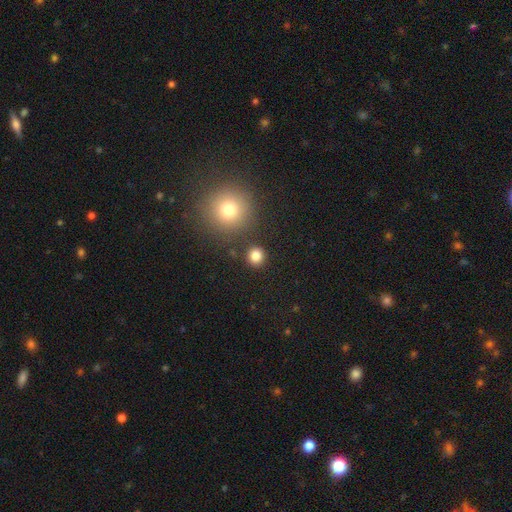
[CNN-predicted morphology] smooth_or_featured: smooth (p=0.83) [alt: star or artifact p=0.13]
how_rounded: round (p=0.91) [alt: in between p=0.08]
merging: none (p=0.87) [alt: minor disturbance p=0.06]